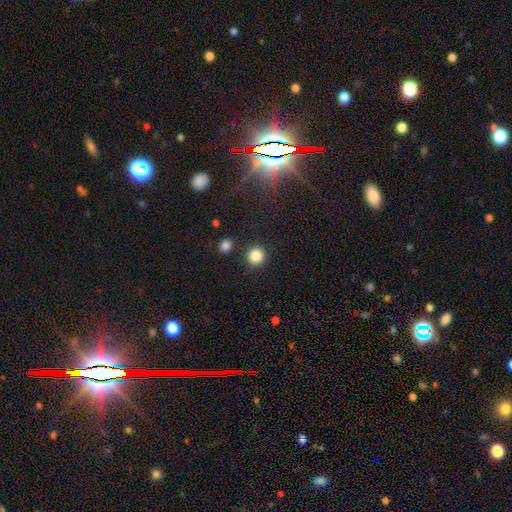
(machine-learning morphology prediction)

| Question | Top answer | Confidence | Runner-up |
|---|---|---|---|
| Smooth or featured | smooth | 85% | star or artifact (11%) |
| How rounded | round | 92% | in between (7%) |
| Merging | none | 88% | minor disturbance (6%) |